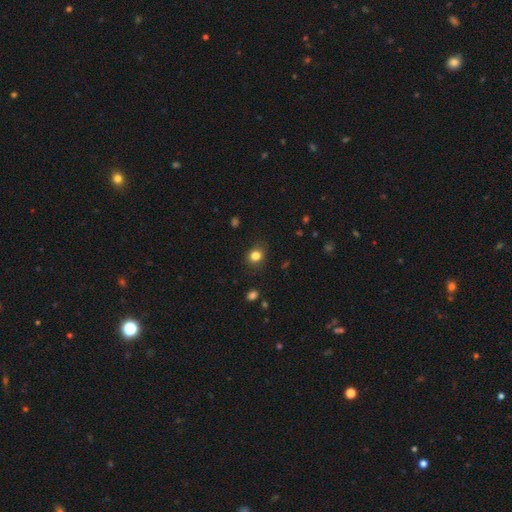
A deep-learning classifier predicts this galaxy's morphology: The model was most divided on "how rounded": round: 71%, in between: 28%, cigar-shaped: 1%. More confident: merging — none (85%); smooth or featured — smooth (82%).